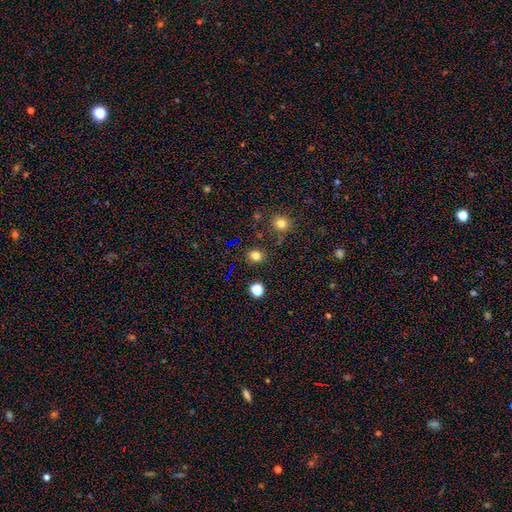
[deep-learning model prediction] Smooth or featured: smooth — 75% (star or artifact — 19%)
How rounded: round — 71% (in between — 28%)
Merging: none — 84% (minor disturbance — 9%)